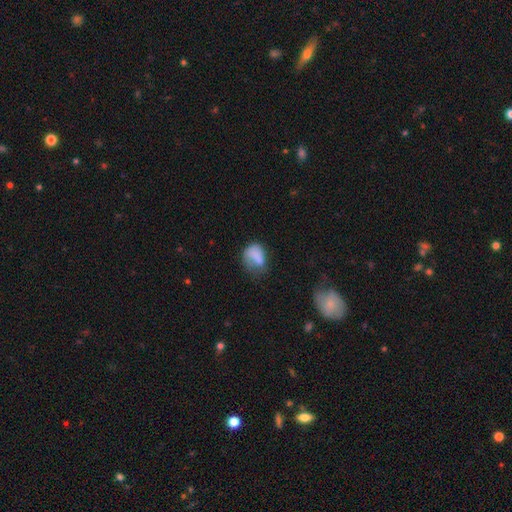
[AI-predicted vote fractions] Smooth or featured? smooth (77%)
How rounded? in between (72%)
Merging? none (34%)